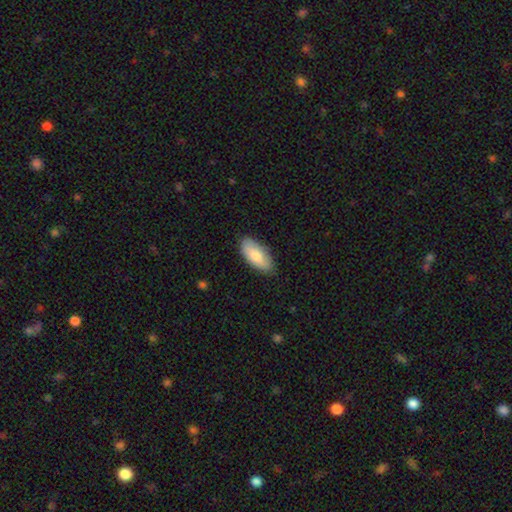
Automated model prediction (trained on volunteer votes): Smooth or featured: smooth — 80% (featured or disk — 14%)
How rounded: in between — 91% (cigar-shaped — 7%)
Merging: none — 82% (minor disturbance — 14%)